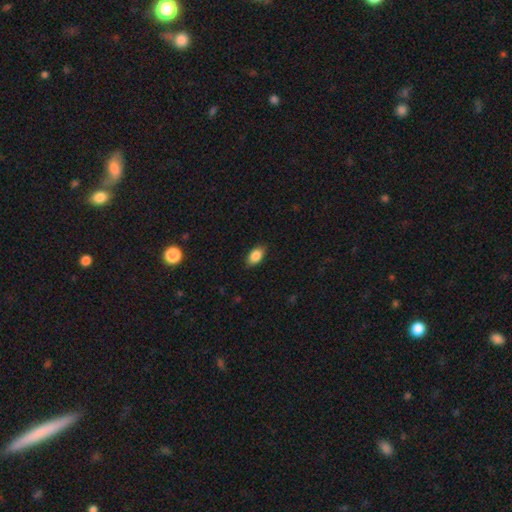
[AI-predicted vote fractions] A smooth galaxy with no disk features (86%) that is in between round and cigar-shaped (92%). Merging: none (87%).